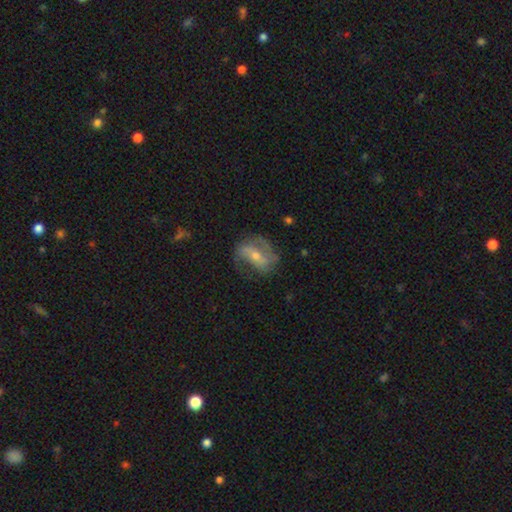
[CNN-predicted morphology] Smooth or featured?
  - featured or disk: 75% *
  - smooth: 18%
  - star or artifact: 7%
Edge-on disk?
  - no: 95% *
  - yes: 5%
Bar?
  - strong: 39% *
  - weak: 34%
  - no: 27%
Spiral arms?
  - yes: 86% *
  - no: 14%
Spiral winding?
  - medium: 42% *
  - loose: 37%
  - tight: 21%
Spiral arm count?
  - 2: 75% *
  - can't tell: 12%
  - 1: 6%
  - 3: 5%
  - 4: 1%
  - more than 4: 1%
Bulge size?
  - small: 54% *
  - moderate: 41%
  - none: 2%
  - large: 2%
  - dominant: 1%
Merging?
  - none: 63% *
  - minor disturbance: 21%
  - major disturbance: 14%
  - merger: 2%